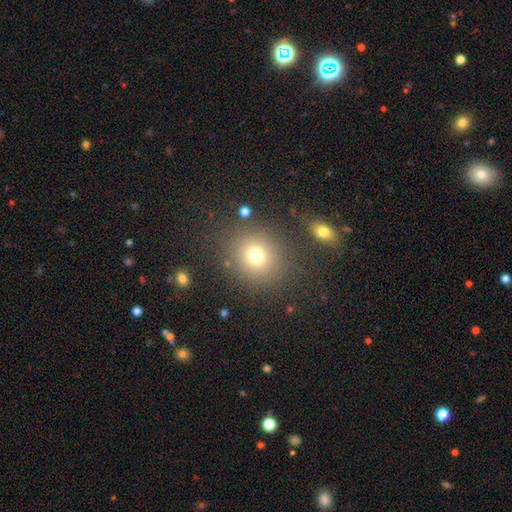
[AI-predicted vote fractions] Smooth or featured? Predicted: smooth (p=0.76). How rounded? Predicted: round (p=0.83). Merging? Predicted: none (p=0.83).